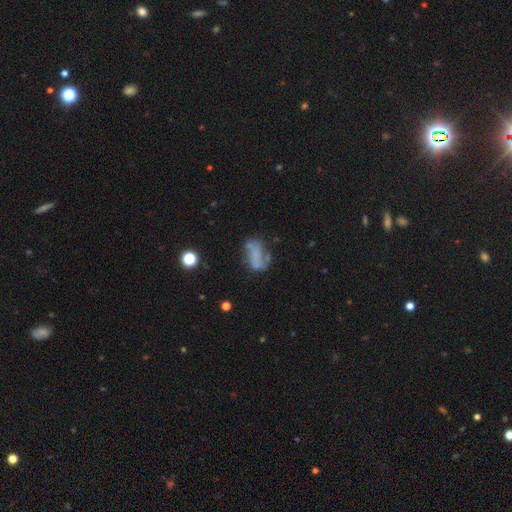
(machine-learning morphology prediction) smooth-or-featured: featured or disk: 50% | smooth: 36% | star or artifact: 14%
  disk-edge-on: no: 96% | yes: 4%
  merging: none: 41% | major disturbance: 23% | minor disturbance: 23% | merger: 13%